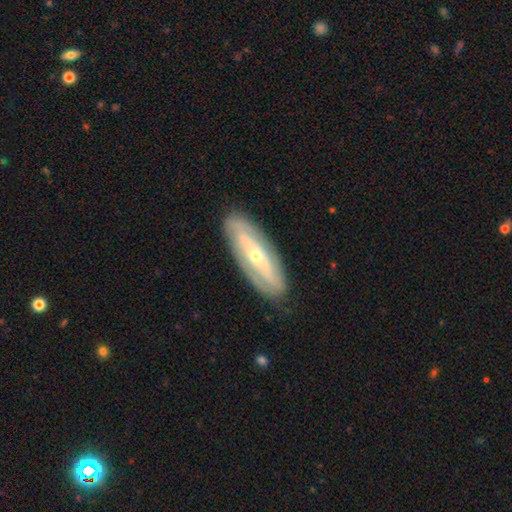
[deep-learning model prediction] A featured or disk galaxy (72%) with no bar (57%), spiral arms (69%) and a small central bulge (61%).

Vote fractions:
- Smooth or featured? featured or disk: 72% / smooth: 22% / star or artifact: 6%
- Edge-on disk? no: 80% / yes: 20%
- Bar? no: 57% / weak: 23% / strong: 20%
- Spiral arms? yes: 69% / no: 31%
- Bulge size? small: 61% / moderate: 35% / large: 1% / dominant: 1% / none: 1%
- Merging? none: 85% / minor disturbance: 11% / major disturbance: 3% / merger: 1%